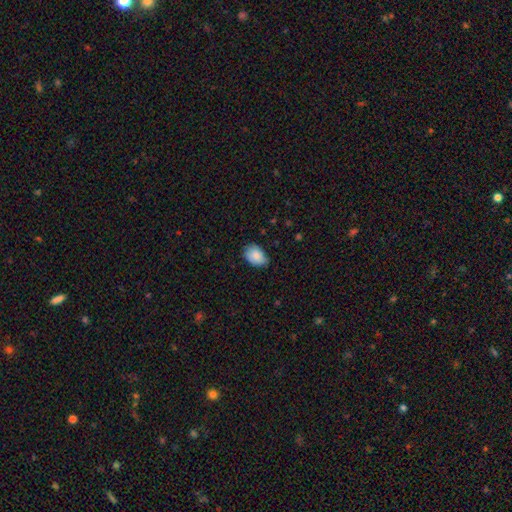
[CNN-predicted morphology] Overall: smooth (85%). How rounded: in between (81%). Merging: none (70%).